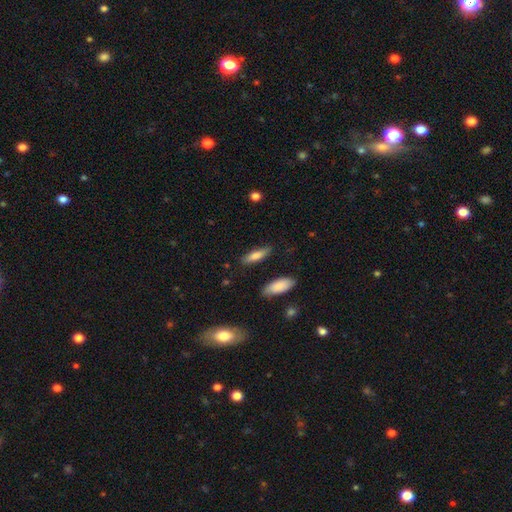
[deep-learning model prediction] Overall: smooth (75%). How rounded: cigar-shaped (57%; in between 41%). Merging: none (83%).